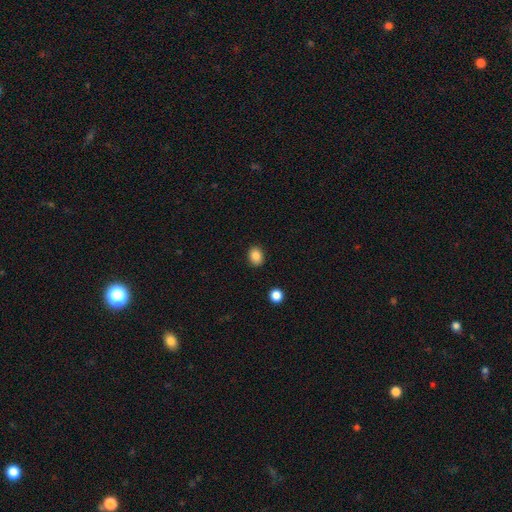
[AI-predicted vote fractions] Smooth or featured?
  - smooth: 86% *
  - star or artifact: 10%
  - featured or disk: 4%
How rounded?
  - in between: 54% *
  - round: 45%
  - cigar-shaped: 1%
Merging?
  - none: 89% *
  - minor disturbance: 7%
  - major disturbance: 2%
  - merger: 1%